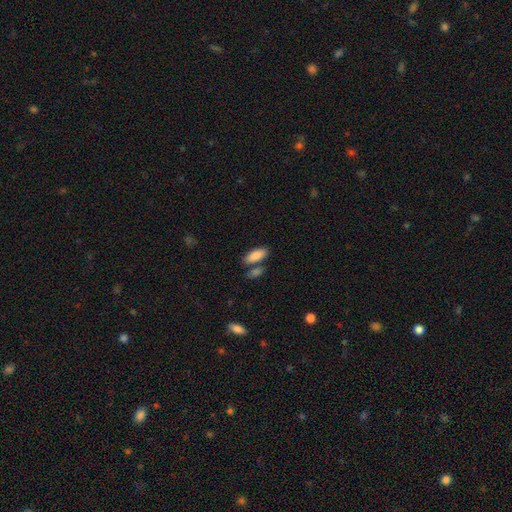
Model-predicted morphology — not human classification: Smooth or featured? smooth (87%)
How rounded? in between (83%)
Merging? none (65%)